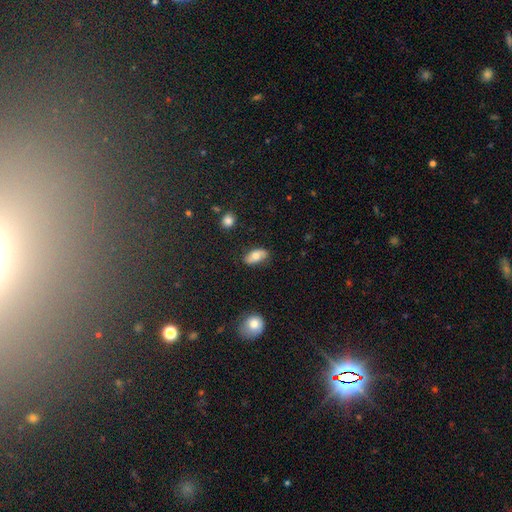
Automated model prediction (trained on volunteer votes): This is likely a smooth galaxy (72%). How rounded: clearly in between (90%). Merging: clearly none (81%).